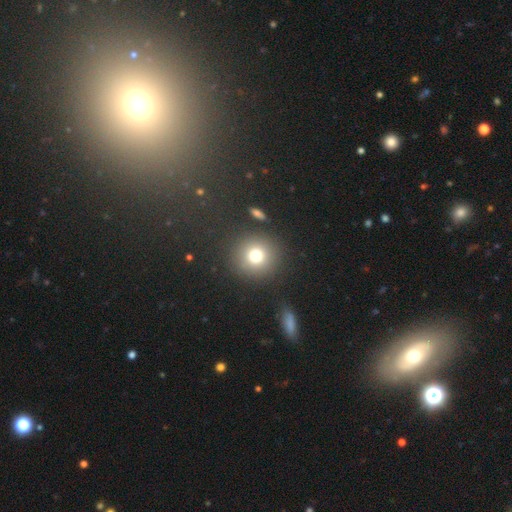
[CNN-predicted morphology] Smooth or featured: smooth — 76% (star or artifact — 14%)
How rounded: round — 93% (in between — 6%)
Merging: none — 87% (minor disturbance — 7%)